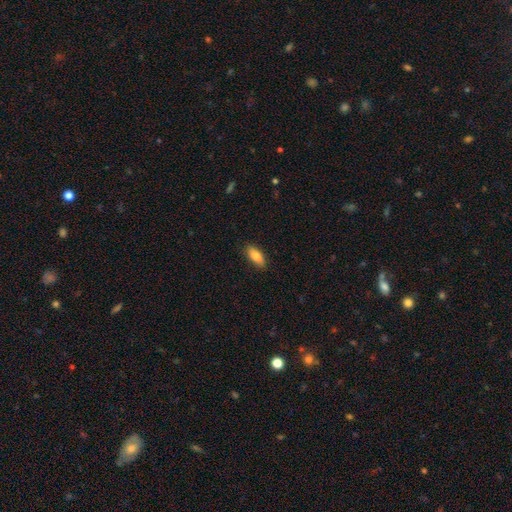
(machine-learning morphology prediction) smooth 83%, featured or disk 10%, star or artifact 7%. Down the decision tree: how rounded — in between (78%); merging — none (87%).